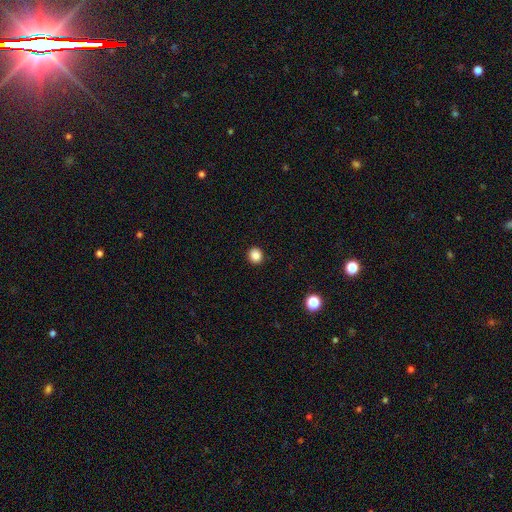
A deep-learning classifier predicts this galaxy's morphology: type=smooth (86%); roundness=round (86%); merging=none (93%).